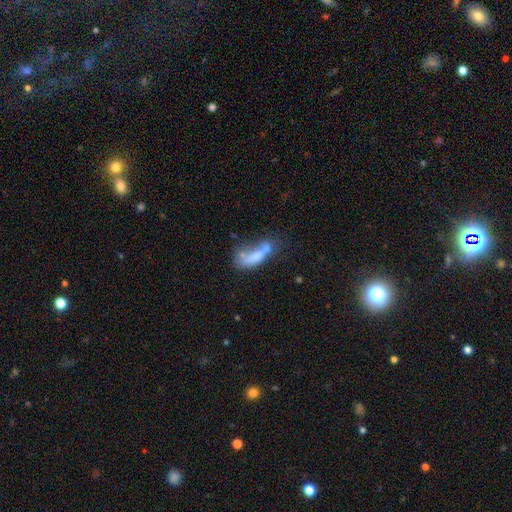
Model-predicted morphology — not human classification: A smooth galaxy with no disk features (57%) that is in between round and cigar-shaped (69%).

Vote fractions:
- Smooth or featured? smooth: 57% / featured or disk: 32% / star or artifact: 11%
- How rounded? in between: 69% / cigar-shaped: 26% / round: 5%
- Merging? merger: 44% / major disturbance: 23% / none: 18% / minor disturbance: 14%